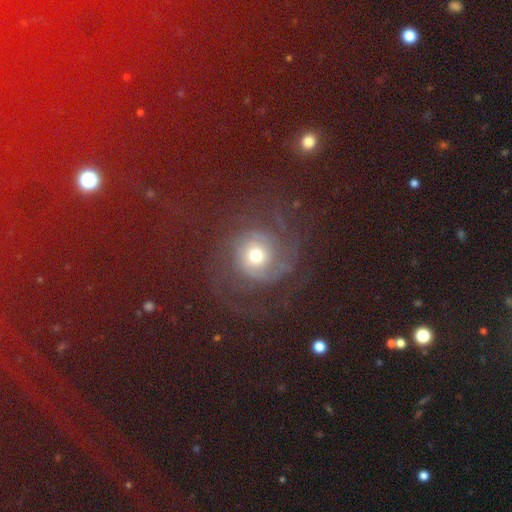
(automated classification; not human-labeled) Smooth or featured? Predicted: featured or disk (p=0.73). Edge-on disk? Predicted: no (p=0.97). Bar? Predicted: no (p=0.79). Spiral arms? Predicted: yes (p=0.90). Spiral winding? Predicted: tight (p=0.47). Spiral arm count? Predicted: can't tell (p=0.27, tied with 2). Bulge size? Predicted: moderate (p=0.62). Merging? Predicted: none (p=0.67).